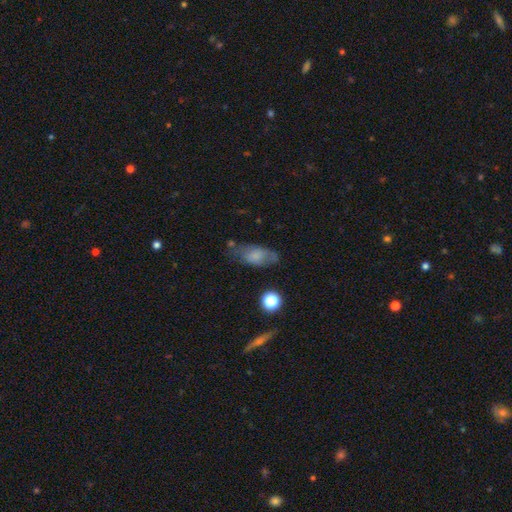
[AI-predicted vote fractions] Smooth or featured?
  - smooth: 68% *
  - featured or disk: 22%
  - star or artifact: 10%
How rounded?
  - in between: 84% *
  - cigar-shaped: 10%
  - round: 5%
Merging?
  - none: 58% *
  - minor disturbance: 26%
  - major disturbance: 11%
  - merger: 5%